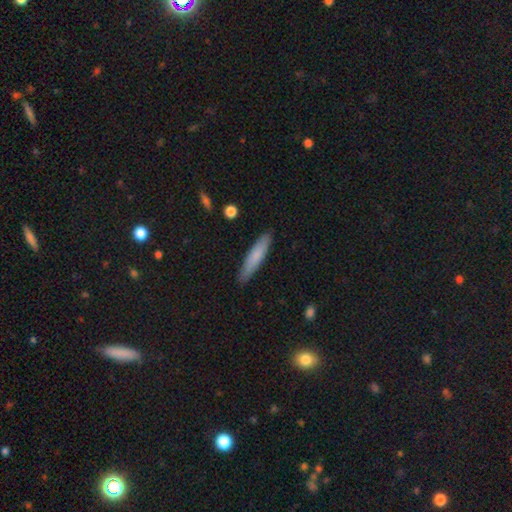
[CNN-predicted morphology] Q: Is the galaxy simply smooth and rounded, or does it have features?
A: smooth — 77%.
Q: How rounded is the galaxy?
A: cigar-shaped — 87%.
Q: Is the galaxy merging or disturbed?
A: none — 87%.